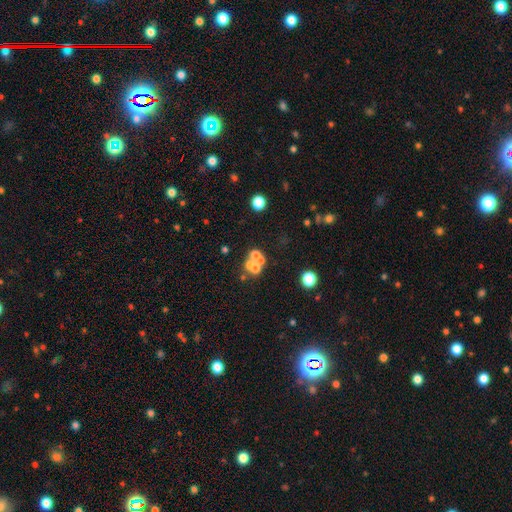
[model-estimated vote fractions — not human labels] Smooth or featured: smooth — 50% (featured or disk — 32%)
Merging: merger — 53% (none — 34%)